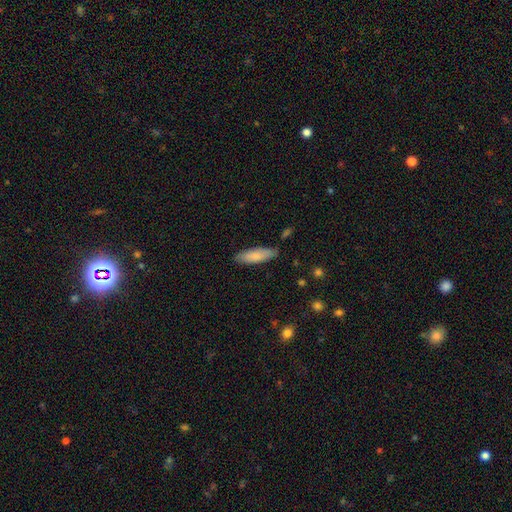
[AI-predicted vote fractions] Q: Smooth or featured?
A: smooth (80%); runner-up: featured or disk (14%)
Q: How rounded?
A: in between (49%); tied with: cigar-shaped (49%)
Q: Merging?
A: none (82%); runner-up: minor disturbance (13%)